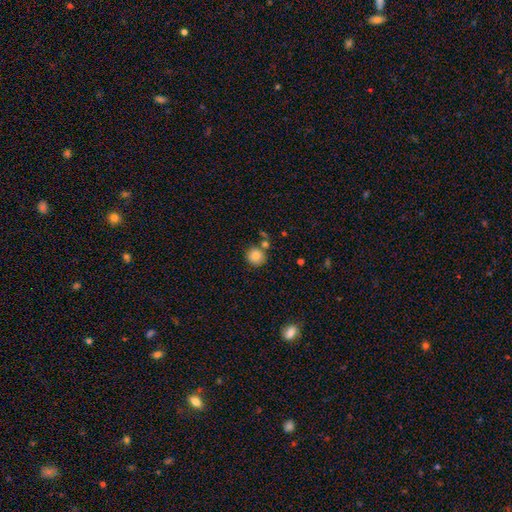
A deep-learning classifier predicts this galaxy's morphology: This appears to be a smooth galaxy with no disk features (84%) that is round (91%). Merging: none (75%).